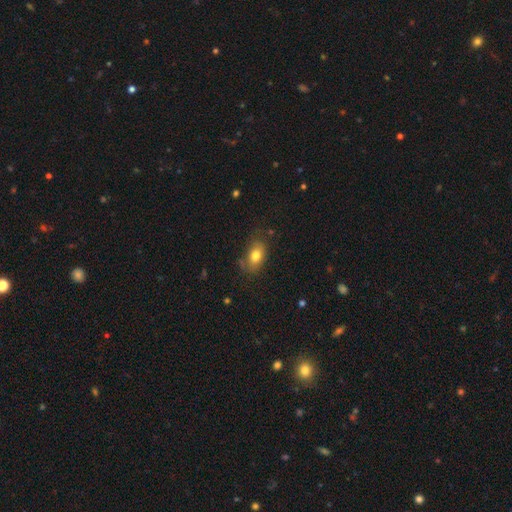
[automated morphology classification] A smooth galaxy with no disk features (78%) that is in between round and cigar-shaped (83%).

Vote fractions:
- Smooth or featured? smooth: 78% / featured or disk: 13% / star or artifact: 9%
- How rounded? in between: 83% / round: 15% / cigar-shaped: 2%
- Merging? none: 69% / minor disturbance: 22% / major disturbance: 7% / merger: 2%